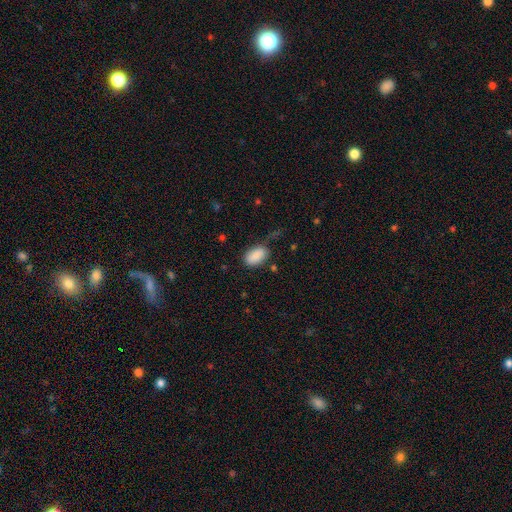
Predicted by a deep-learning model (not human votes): Morphology: type=smooth (87%); roundness=in between (91%); merging=none (66%).